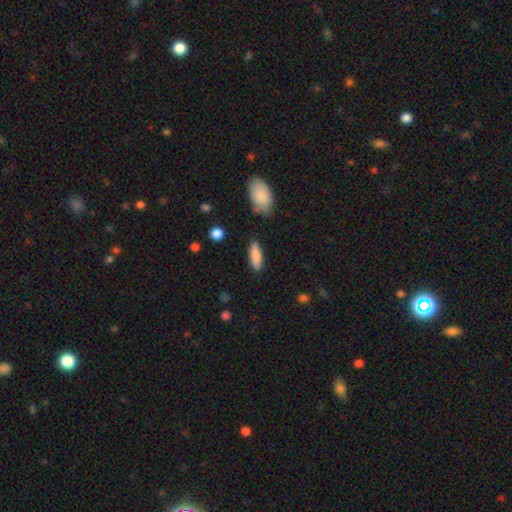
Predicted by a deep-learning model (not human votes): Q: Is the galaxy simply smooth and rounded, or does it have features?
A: smooth — 85%.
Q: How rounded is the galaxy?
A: in between — 52%.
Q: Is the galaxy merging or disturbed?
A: none — 86%.